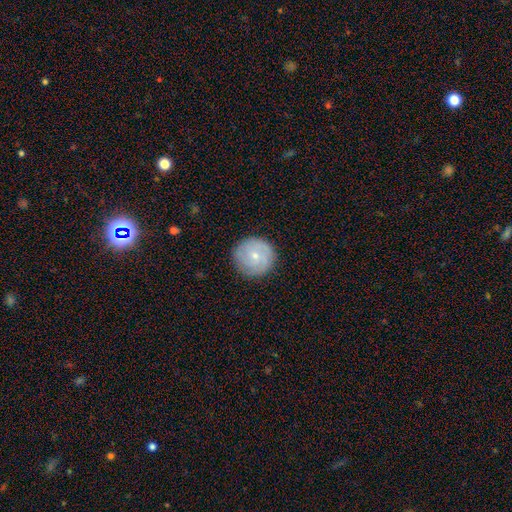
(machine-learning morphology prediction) Smooth or featured?
  - featured or disk: 51% *
  - smooth: 41%
  - star or artifact: 8%
Edge-on disk?
  - no: 97% *
  - yes: 3%
Bar?
  - no: 76% *
  - weak: 21%
  - strong: 3%
Spiral arms?
  - yes: 82% *
  - no: 18%
Bulge size?
  - small: 72% *
  - moderate: 24%
  - none: 1%
  - large: 1%
  - dominant: 1%
Merging?
  - none: 86% *
  - minor disturbance: 10%
  - major disturbance: 3%
  - merger: 1%